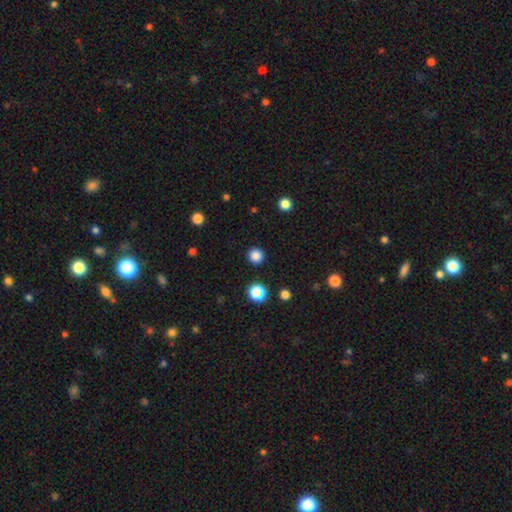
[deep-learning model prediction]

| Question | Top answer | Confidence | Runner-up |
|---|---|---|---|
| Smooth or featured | smooth | 84% | star or artifact (12%) |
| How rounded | round | 95% | in between (4%) |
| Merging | none | 92% | minor disturbance (5%) |